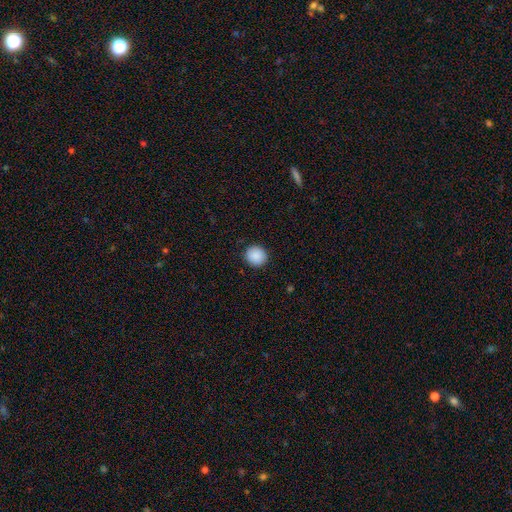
Smooth or featured? smooth (92%)
How rounded? round (89%)
Merging? none (92%)